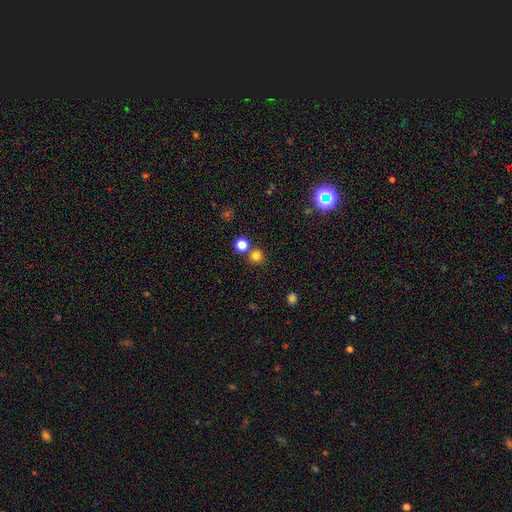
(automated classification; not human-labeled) A smooth galaxy with no disk features (78%) that is round (93%).

Vote fractions:
- Smooth or featured? smooth: 78% / star or artifact: 17% / featured or disk: 5%
- How rounded? round: 93% / in between: 6% / cigar-shaped: 1%
- Merging? none: 76% / merger: 16% / minor disturbance: 6% / major disturbance: 3%